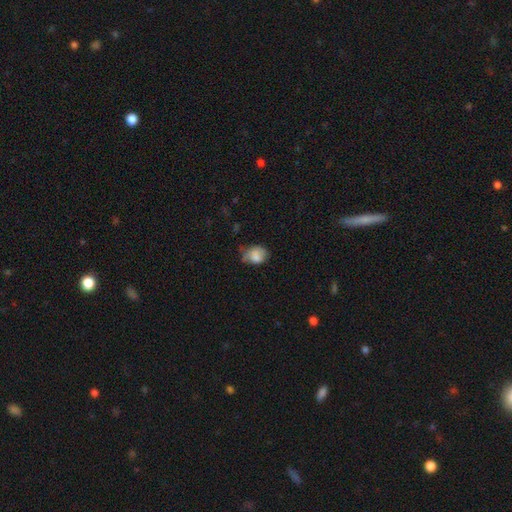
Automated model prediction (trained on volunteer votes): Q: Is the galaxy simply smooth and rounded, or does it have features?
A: smooth — 77%.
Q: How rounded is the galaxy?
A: in between — 59%.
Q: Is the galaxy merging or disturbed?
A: none — 41%.